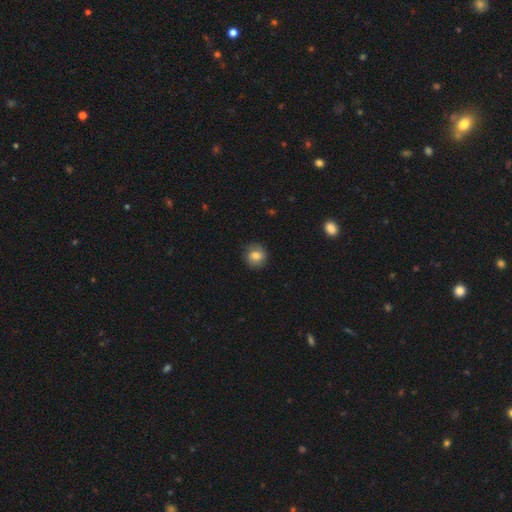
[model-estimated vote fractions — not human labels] Morphology: type=smooth (76%); roundness=round (86%); merging=none (84%).